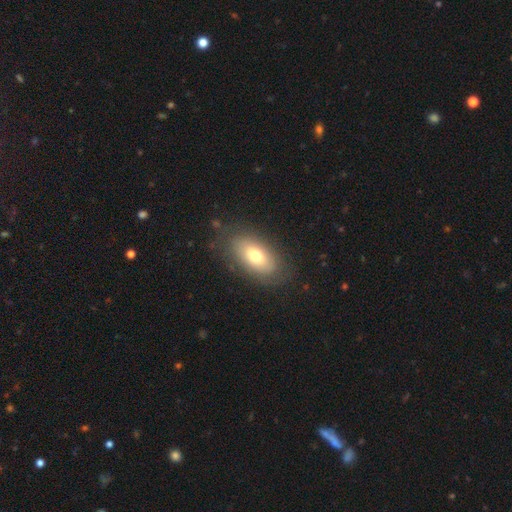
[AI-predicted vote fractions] Smooth or featured? smooth (70%)
How rounded? in between (91%)
Merging? none (81%)